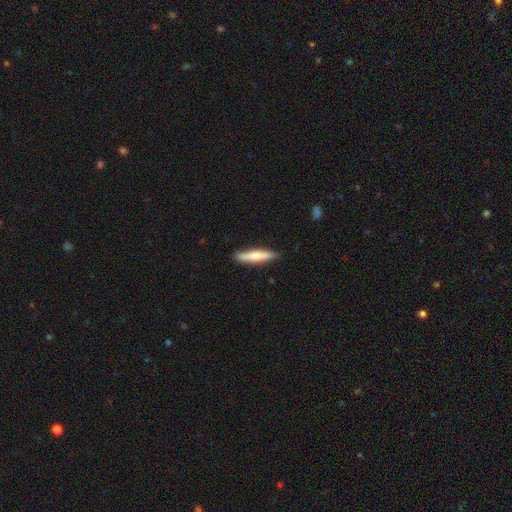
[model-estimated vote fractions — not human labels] smooth-or-featured: smooth: 66% | featured or disk: 29% | star or artifact: 5%
  how-rounded: cigar-shaped: 88% | in between: 11% | round: 1%
  merging: none: 87% | minor disturbance: 10% | major disturbance: 2% | merger: 1%